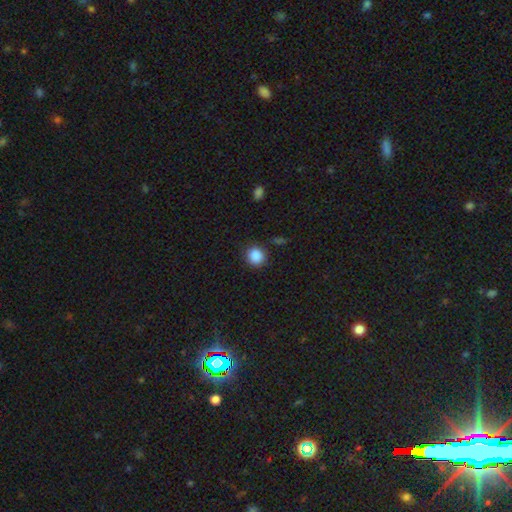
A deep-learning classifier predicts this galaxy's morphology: Smooth or featured? Predicted: smooth (p=0.88). How rounded? Predicted: round (p=0.88). Merging? Predicted: none (p=0.86).